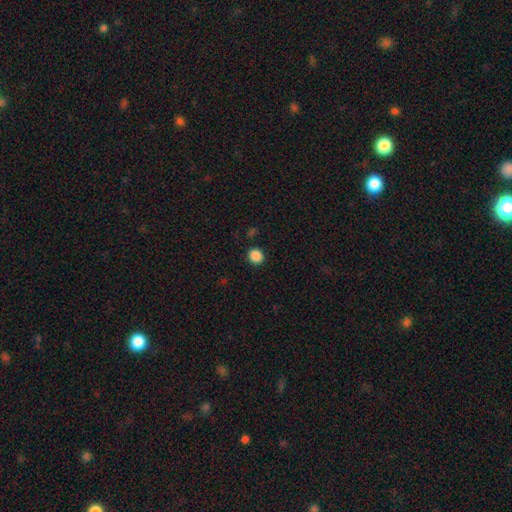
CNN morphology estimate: A smooth galaxy with no disk features (87%) that is round (90%).

Vote fractions:
- Smooth or featured? smooth: 87% / star or artifact: 10% / featured or disk: 3%
- How rounded? round: 90% / in between: 9% / cigar-shaped: 1%
- Merging? none: 91% / minor disturbance: 6% / major disturbance: 2% / merger: 2%